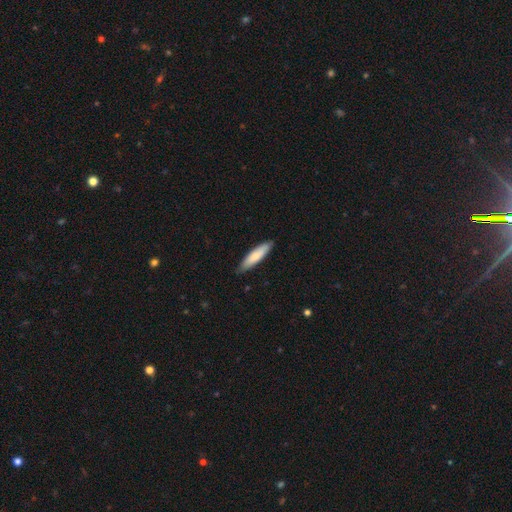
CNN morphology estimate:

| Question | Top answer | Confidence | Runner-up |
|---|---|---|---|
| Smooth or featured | smooth | 76% | featured or disk (19%) |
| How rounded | cigar-shaped | 74% | in between (25%) |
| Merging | none | 84% | minor disturbance (13%) |